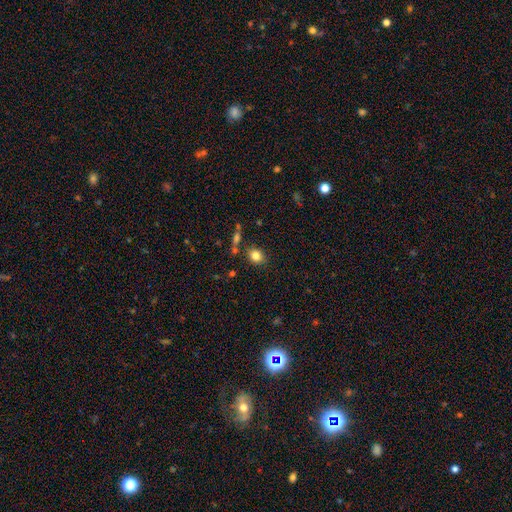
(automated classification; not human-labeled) smooth 82%, star or artifact 11%, featured or disk 8%. Down the decision tree: how rounded — round (59%); merging — none (79%).